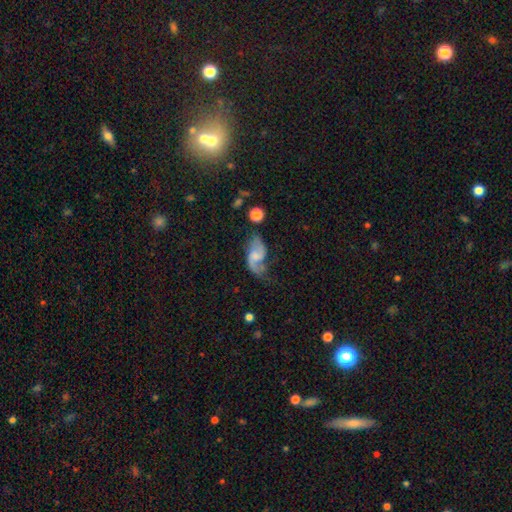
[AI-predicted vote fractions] Overall: featured or disk (75%). Edge-on disk: no (97%). Bar: no (48%; weak 43%). Spiral arms: yes (93%). Spiral arm count: 2 (86%). Spiral winding: loose (63%; medium 30%). Bulge size: small (35%; moderate 29%). Merging: none (49%; minor disturbance 26%).